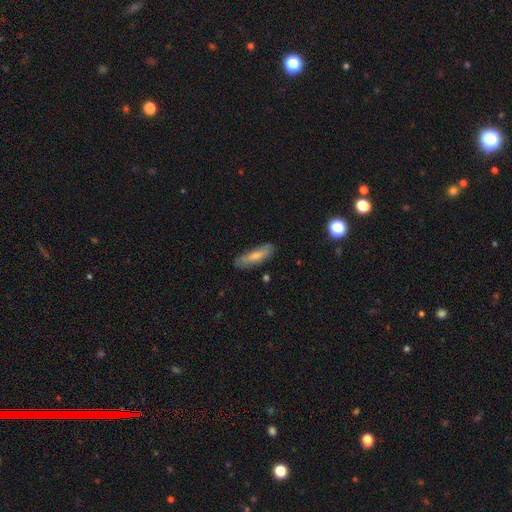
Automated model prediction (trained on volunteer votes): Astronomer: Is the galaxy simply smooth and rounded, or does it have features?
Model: smooth — 66%.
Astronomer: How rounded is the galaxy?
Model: cigar-shaped — 61% (runner-up: in between, 38%).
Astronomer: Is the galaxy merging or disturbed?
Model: none — 76%.